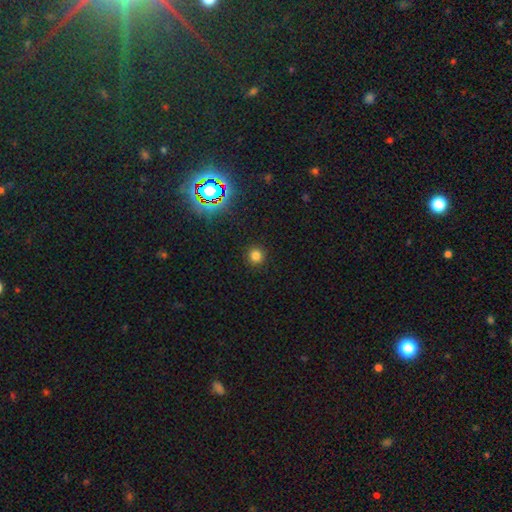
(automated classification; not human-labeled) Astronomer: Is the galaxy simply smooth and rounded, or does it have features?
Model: smooth — 77%.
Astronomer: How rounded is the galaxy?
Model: round — 95%.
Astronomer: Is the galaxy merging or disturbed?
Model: none — 92%.